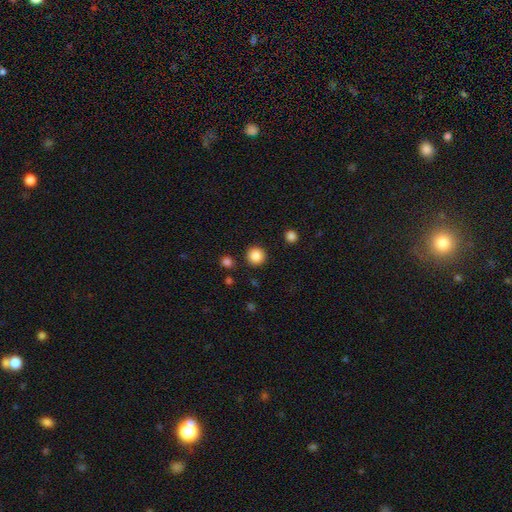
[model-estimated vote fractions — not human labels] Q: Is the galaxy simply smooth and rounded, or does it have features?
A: smooth — 87%.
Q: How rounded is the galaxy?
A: round — 95%.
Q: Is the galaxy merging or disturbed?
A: none — 91%.